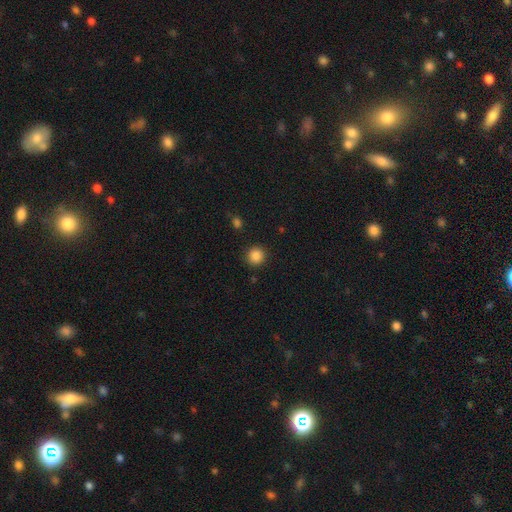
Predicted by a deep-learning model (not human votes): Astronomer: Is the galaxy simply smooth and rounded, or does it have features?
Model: smooth — 86%.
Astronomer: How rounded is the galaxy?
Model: round — 93%.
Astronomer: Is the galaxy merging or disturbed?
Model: none — 90%.